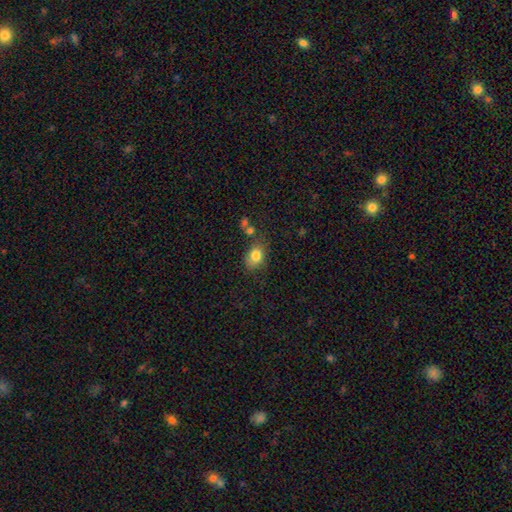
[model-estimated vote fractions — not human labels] This appears to be a smooth galaxy with no disk features (81%) that is in between round and cigar-shaped (71%). Merging: none (64%).